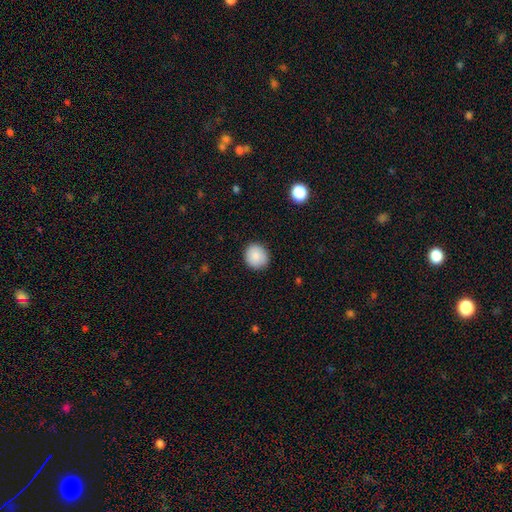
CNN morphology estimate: A smooth galaxy with no disk features (88%) that is round (85%).

Vote fractions:
- Smooth or featured? smooth: 88% / star or artifact: 8% / featured or disk: 5%
- How rounded? round: 85% / in between: 14% / cigar-shaped: 1%
- Merging? none: 90% / minor disturbance: 7% / major disturbance: 2% / merger: 1%